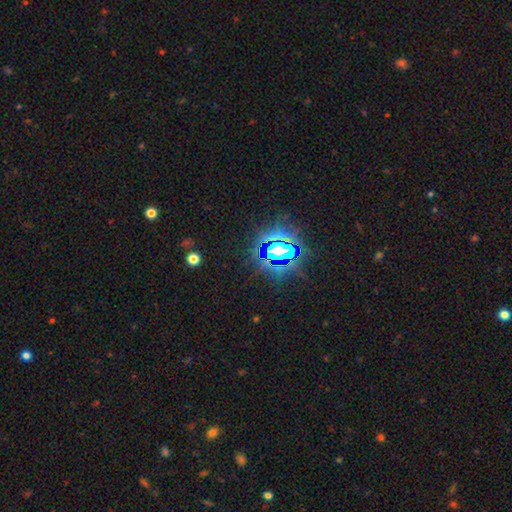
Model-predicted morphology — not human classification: star or artifact 81%, smooth 12%, featured or disk 7%.